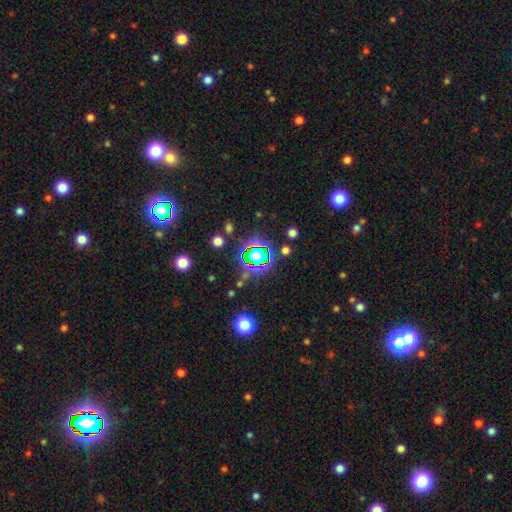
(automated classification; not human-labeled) Morphology: type=star or artifact (62%).